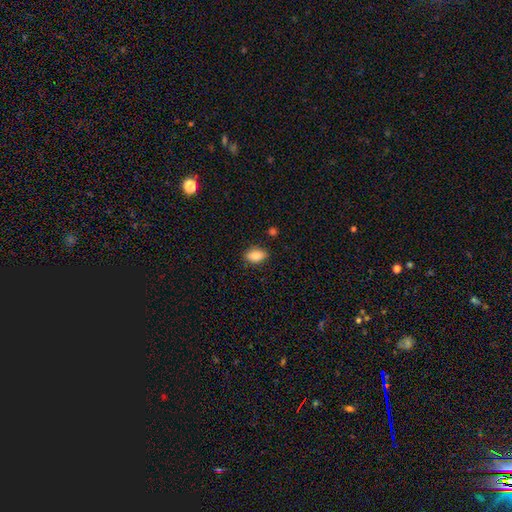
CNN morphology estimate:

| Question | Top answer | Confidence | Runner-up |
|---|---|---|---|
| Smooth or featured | smooth | 85% | star or artifact (8%) |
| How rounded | in between | 88% | round (8%) |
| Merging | none | 83% | minor disturbance (12%) |